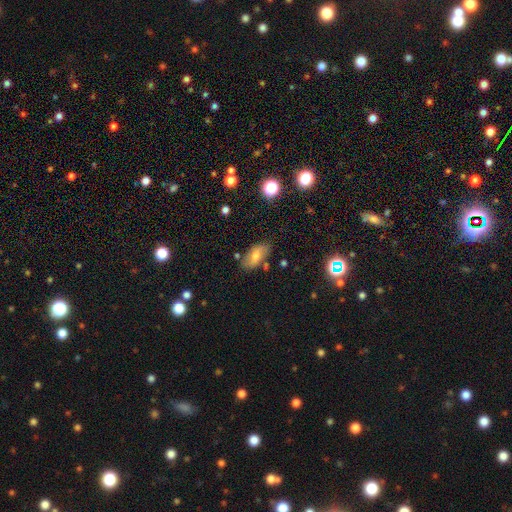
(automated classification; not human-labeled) smooth 61%, featured or disk 27%, star or artifact 12%. Down the decision tree: how rounded — in between (88%); merging — none (77%).